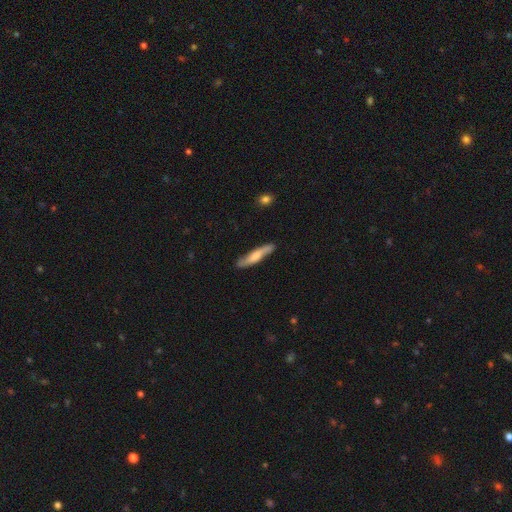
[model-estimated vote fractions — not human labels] The model was most divided on "smooth or featured": featured or disk: 48%, smooth: 46%, star or artifact: 5%. More confident: merging — none (81%).